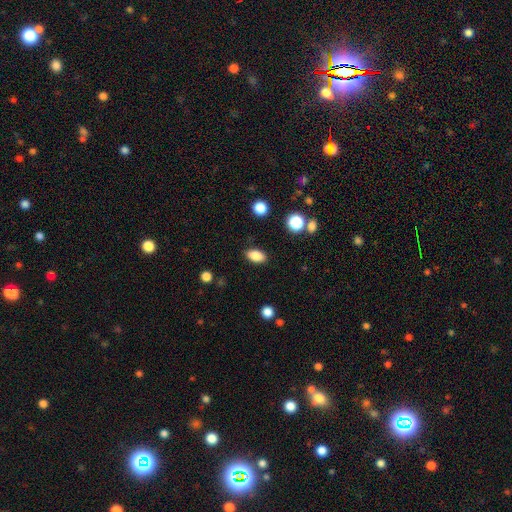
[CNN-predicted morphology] Smooth or featured?
  - smooth: 85% *
  - star or artifact: 9%
  - featured or disk: 6%
How rounded?
  - in between: 89% *
  - round: 8%
  - cigar-shaped: 2%
Merging?
  - none: 87% *
  - minor disturbance: 9%
  - major disturbance: 3%
  - merger: 2%